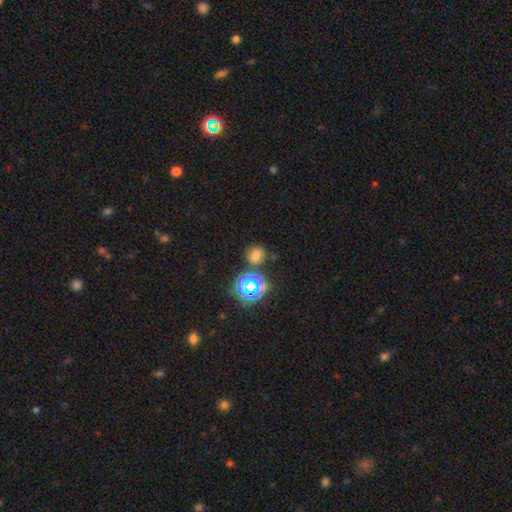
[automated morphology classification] smooth_or_featured: smooth (p=0.66) [alt: star or artifact p=0.27]
how_rounded: round (p=0.73) [alt: in between p=0.26]
merging: none (p=0.76) [alt: minor disturbance p=0.13]